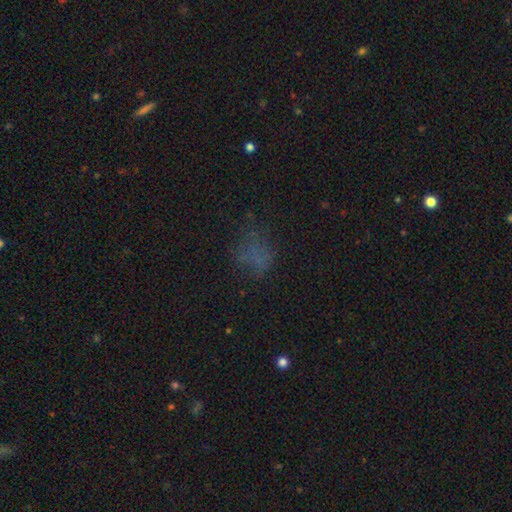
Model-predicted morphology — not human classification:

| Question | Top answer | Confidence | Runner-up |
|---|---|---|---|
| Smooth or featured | smooth | 48% | star or artifact (32%) |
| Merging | none | 53% | major disturbance (24%) |